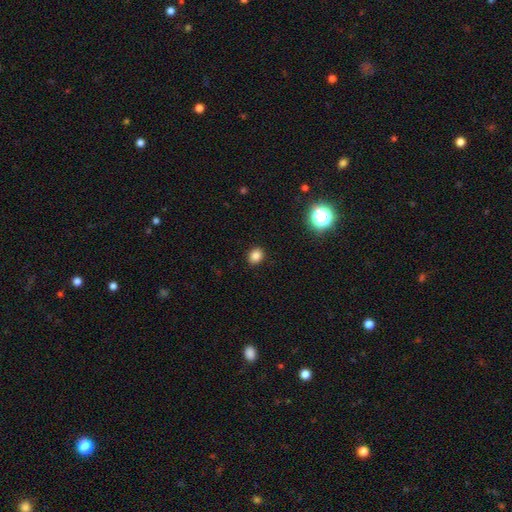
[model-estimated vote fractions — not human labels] A smooth galaxy with no disk features (83%) that is round (64%). Merging: none (91%).